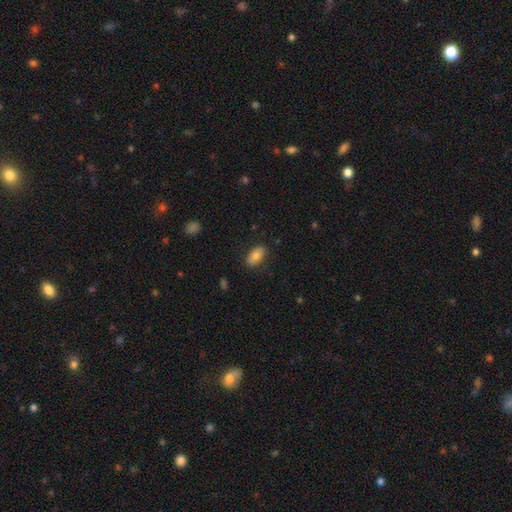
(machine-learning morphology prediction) This appears to be a smooth galaxy with no disk features (80%) that is in between round and cigar-shaped (92%). Merging: none (85%).